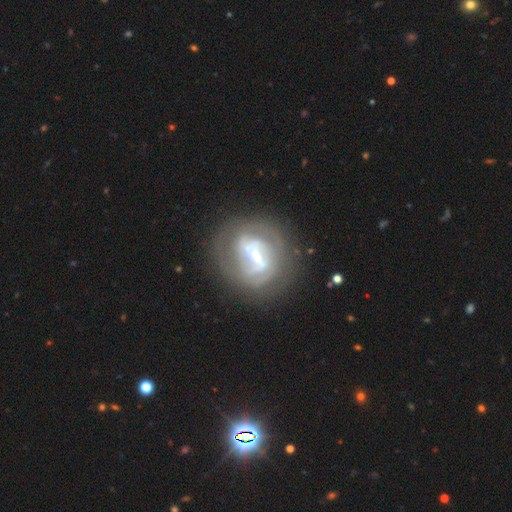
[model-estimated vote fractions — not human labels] Morphology: type=featured or disk (81%); edge-on=no (97%); bar=weak (41%, tied with strong); spiral arms=yes (83%); winding=tight (50%); arm count=2 (44%); bulge=small (64%); merging=none (71%).